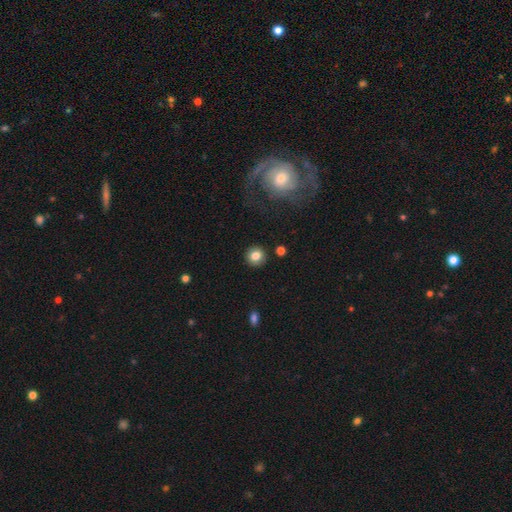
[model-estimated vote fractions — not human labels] smooth-or-featured: smooth: 82% | star or artifact: 11% | featured or disk: 7%
  how-rounded: round: 92% | in between: 7% | cigar-shaped: 1%
  merging: none: 91% | minor disturbance: 5% | major disturbance: 2% | merger: 2%